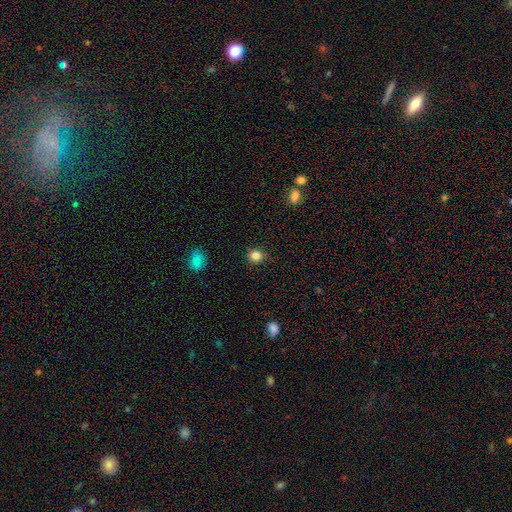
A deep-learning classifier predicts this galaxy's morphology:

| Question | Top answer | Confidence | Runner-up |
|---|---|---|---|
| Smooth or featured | smooth | 83% | star or artifact (12%) |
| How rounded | round | 86% | in between (13%) |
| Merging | none | 88% | minor disturbance (9%) |